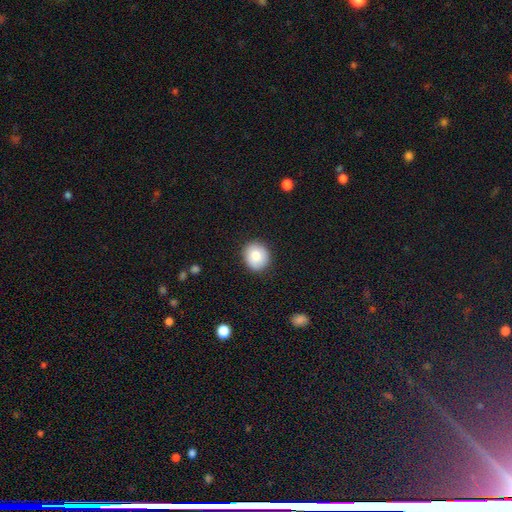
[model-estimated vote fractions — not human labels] smooth-or-featured: smooth: 84% | featured or disk: 8% | star or artifact: 8%
  how-rounded: round: 78% | in between: 22% | cigar-shaped: 1%
  merging: none: 89% | minor disturbance: 8% | major disturbance: 2% | merger: 1%